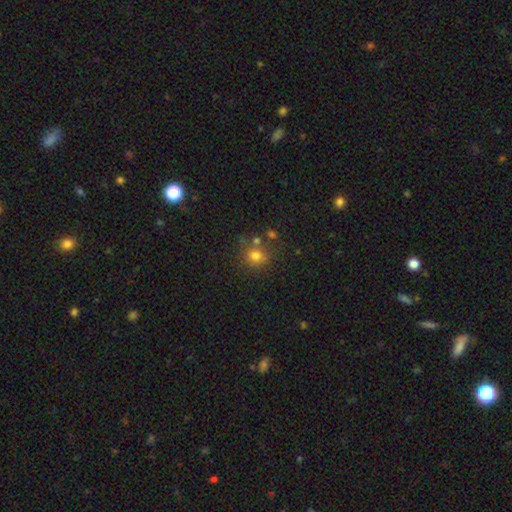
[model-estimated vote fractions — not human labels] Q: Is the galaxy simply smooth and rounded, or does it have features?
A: smooth — 75%.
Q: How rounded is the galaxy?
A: round — 85%.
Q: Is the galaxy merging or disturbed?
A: none — 67%.